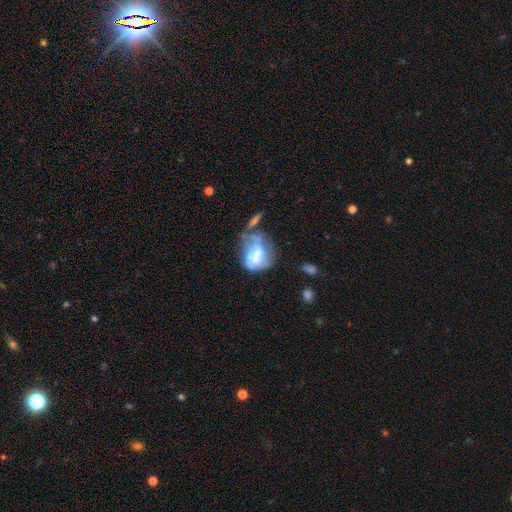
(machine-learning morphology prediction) type=featured or disk (46%); merging=major disturbance (35%).